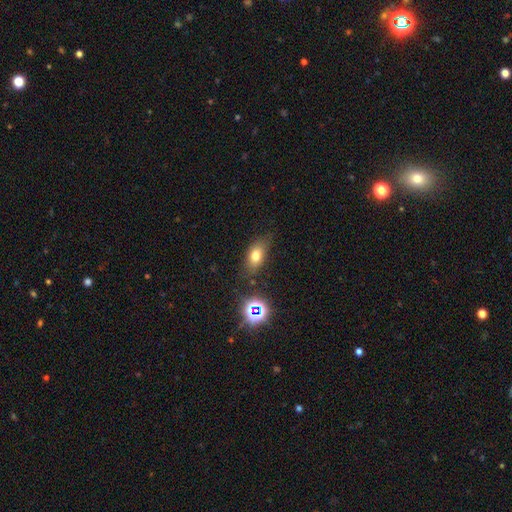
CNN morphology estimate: Q: Smooth or featured?
A: smooth (71%); runner-up: star or artifact (16%)
Q: How rounded?
A: in between (77%); runner-up: round (17%)
Q: Merging?
A: none (73%); runner-up: minor disturbance (18%)